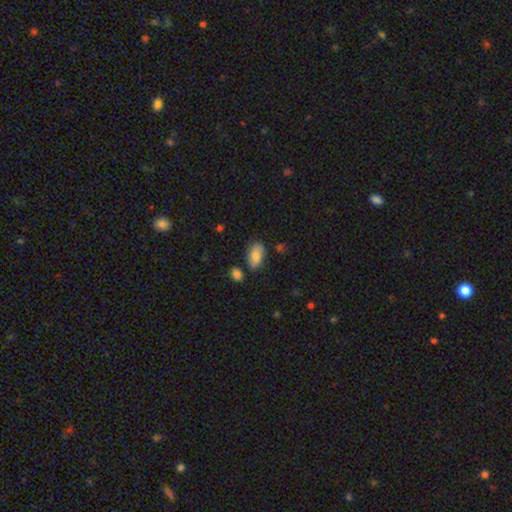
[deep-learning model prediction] smooth-or-featured: smooth: 76% | featured or disk: 17% | star or artifact: 8%
  how-rounded: in between: 92% | round: 5% | cigar-shaped: 3%
  merging: none: 72% | minor disturbance: 19% | merger: 5% | major disturbance: 4%